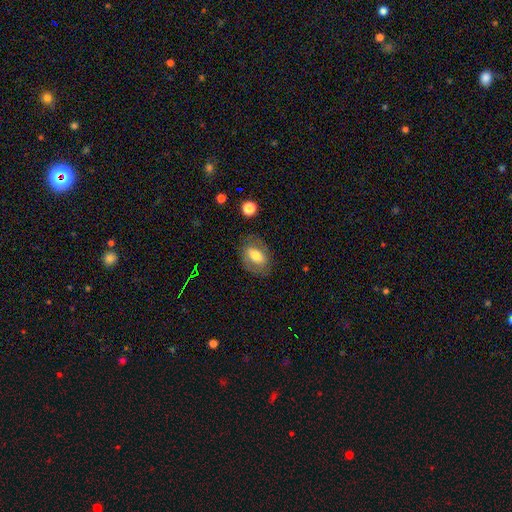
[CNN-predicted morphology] This appears to be a smooth galaxy with no disk features (58%) that is in between round and cigar-shaped (81%). Merging: none (78%).